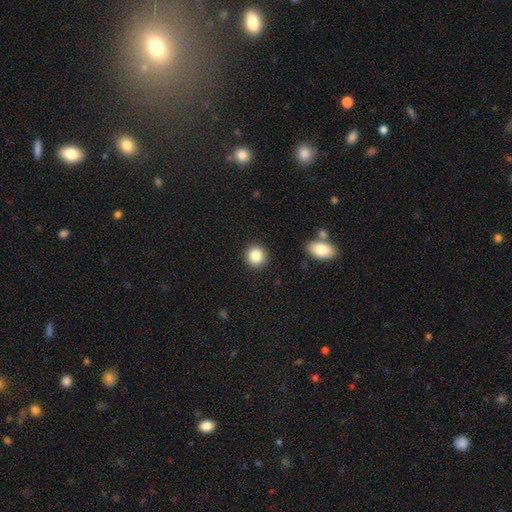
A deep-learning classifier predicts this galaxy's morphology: Smooth or featured? smooth (85%)
How rounded? round (92%)
Merging? none (91%)